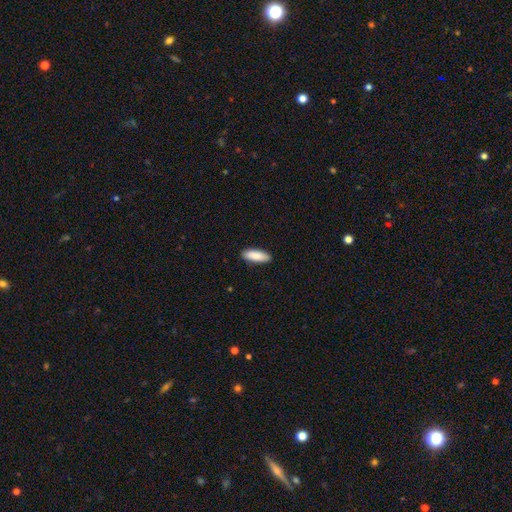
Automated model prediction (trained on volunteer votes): A smooth galaxy with no disk features (88%) that is in between round and cigar-shaped (61%). Merging: none (89%).